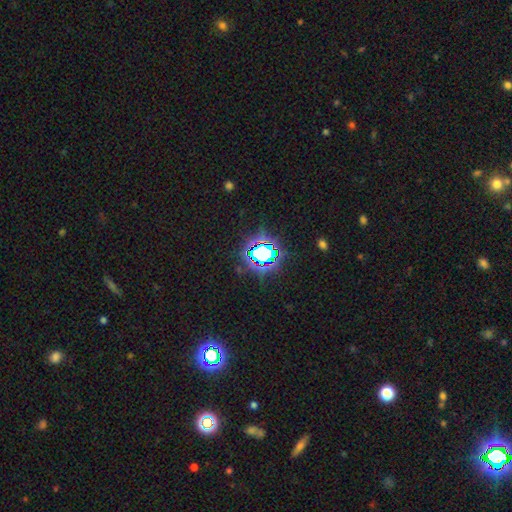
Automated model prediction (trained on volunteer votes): This is likely a star or artifact rather than a galaxy (71%).